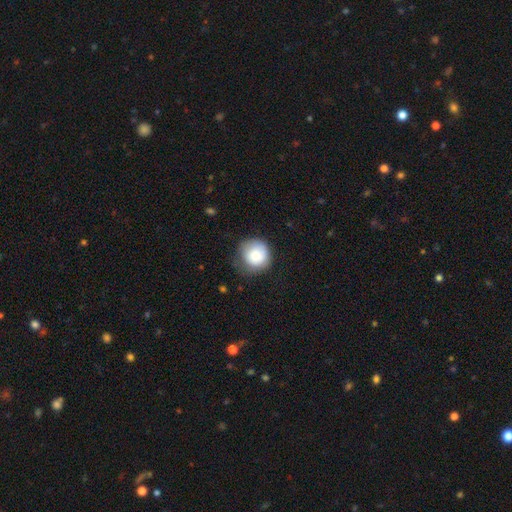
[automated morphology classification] Smooth or featured? Predicted: smooth (p=0.79). How rounded? Predicted: round (p=0.91). Merging? Predicted: none (p=0.67).